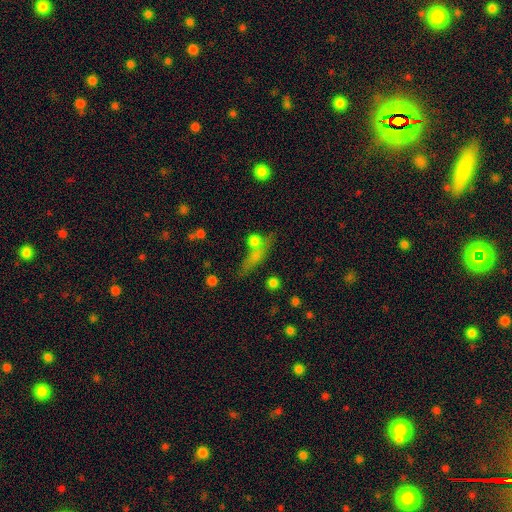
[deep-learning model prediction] Smooth or featured: smooth — 59% (featured or disk — 23%)
How rounded: cigar-shaped — 39% (round — 32%)
Merging: none — 45% (merger — 31%)